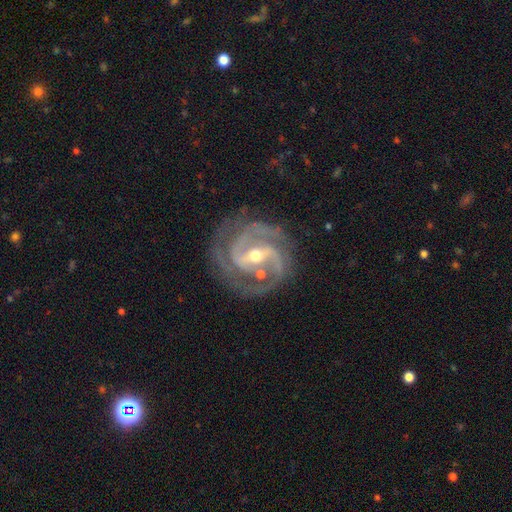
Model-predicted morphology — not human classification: type=featured or disk (92%); edge-on=no (98%); bar=strong (45%); spiral arms=yes (98%); winding=medium (49%); arm count=2 (64%); bulge=moderate (55%); merging=none (73%).